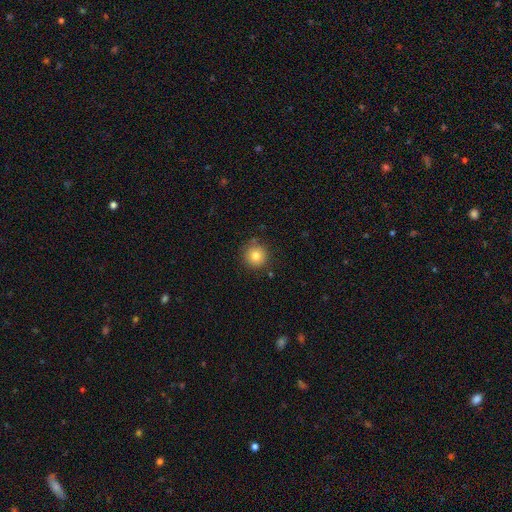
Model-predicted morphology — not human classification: This is clearly a smooth galaxy (81%). How rounded: clearly round (94%). Merging: clearly none (86%).